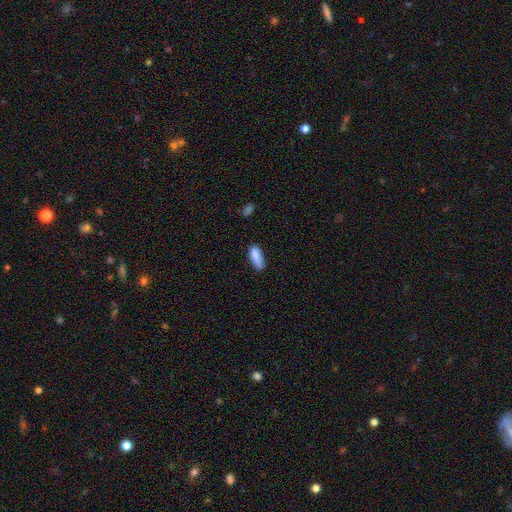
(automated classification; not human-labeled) A smooth galaxy with no disk features (85%) that is in between round and cigar-shaped (58%).

Vote fractions:
- Smooth or featured? smooth: 85% / star or artifact: 8% / featured or disk: 7%
- How rounded? in between: 58% / cigar-shaped: 40% / round: 2%
- Merging? none: 60% / minor disturbance: 29% / major disturbance: 7% / merger: 4%